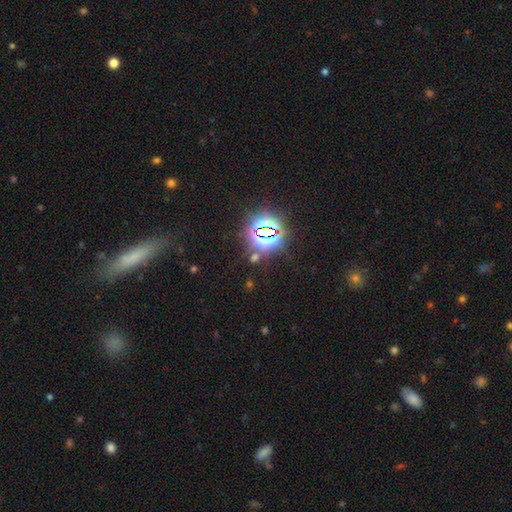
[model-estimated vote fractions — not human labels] star or artifact 78%, smooth 14%, featured or disk 9%.